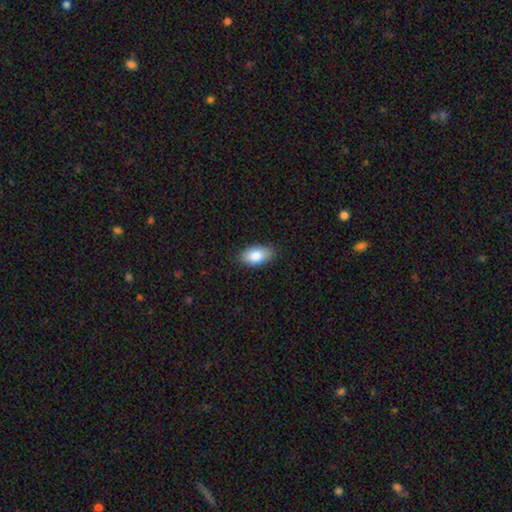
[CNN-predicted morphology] smooth-or-featured: smooth: 85% | featured or disk: 8% | star or artifact: 7%
  how-rounded: in between: 94% | round: 4% | cigar-shaped: 3%
  merging: none: 86% | minor disturbance: 11% | major disturbance: 2% | merger: 1%